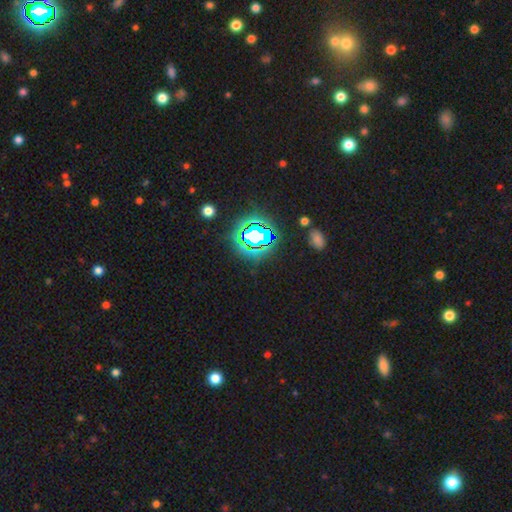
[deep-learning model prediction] Q: Smooth or featured?
A: star or artifact (80%); runner-up: smooth (13%)